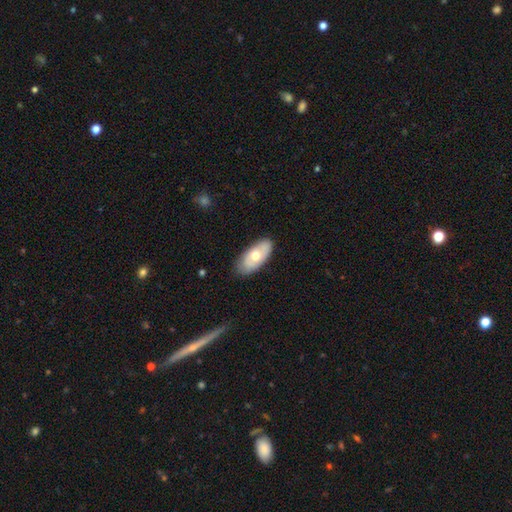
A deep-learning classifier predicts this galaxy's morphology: Overall: smooth (58%; featured or disk 37%). How rounded: in between (91%). Merging: none (81%).